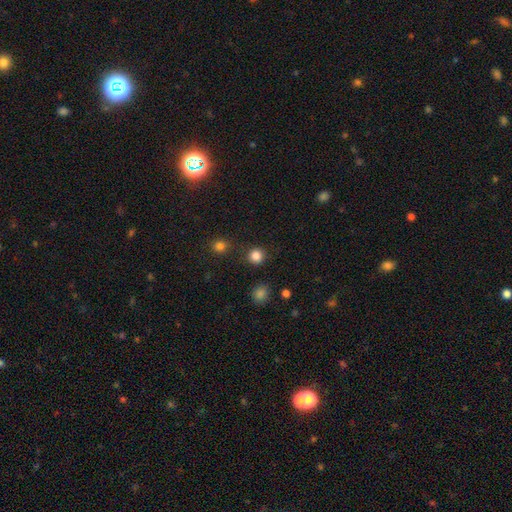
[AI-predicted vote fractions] Smooth or featured? Predicted: smooth (p=0.84). How rounded? Predicted: round (p=0.92). Merging? Predicted: none (p=0.87).